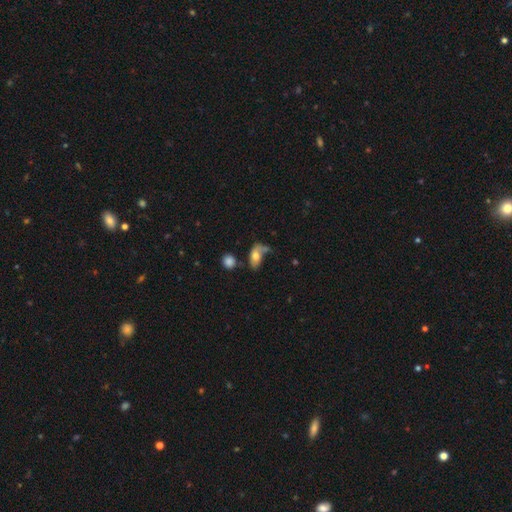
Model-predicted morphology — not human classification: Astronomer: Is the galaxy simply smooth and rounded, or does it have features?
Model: smooth — 66%.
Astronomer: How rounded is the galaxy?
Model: in between — 86%.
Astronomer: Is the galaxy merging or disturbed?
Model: none — 31% (runner-up: major disturbance, 27%).